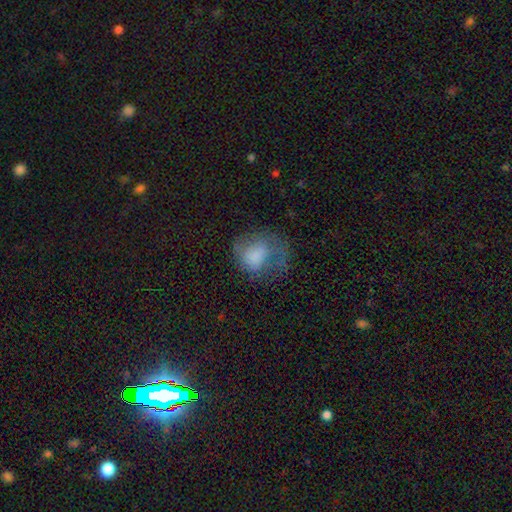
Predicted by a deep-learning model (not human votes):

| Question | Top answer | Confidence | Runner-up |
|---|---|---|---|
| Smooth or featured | smooth | 62% | featured or disk (28%) |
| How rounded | round | 53% | in between (46%) |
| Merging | major disturbance | 41% | none (33%) |